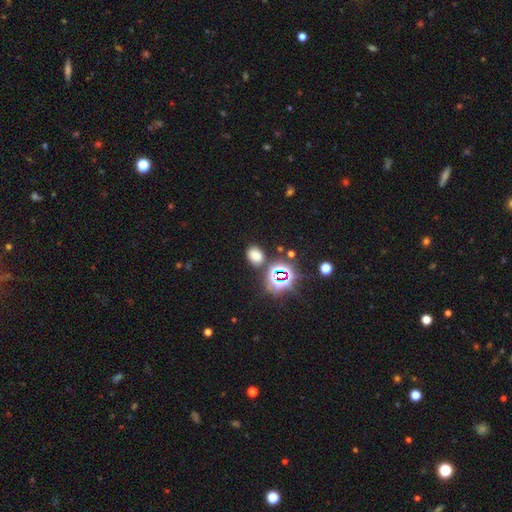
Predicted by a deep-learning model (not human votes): The model was most divided on "how rounded": in between: 60%, round: 38%, cigar-shaped: 1%. More confident: merging — none (79%); smooth or featured — smooth (64%).